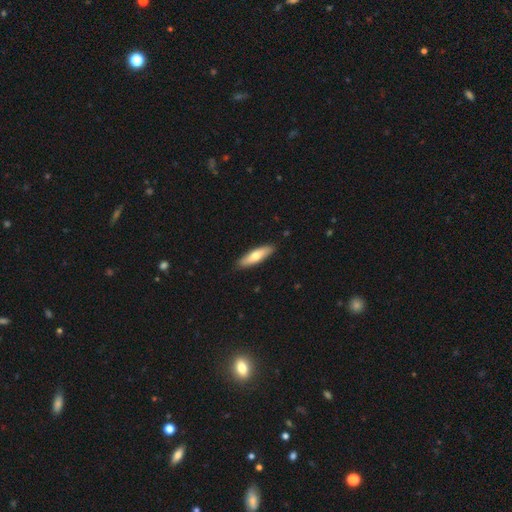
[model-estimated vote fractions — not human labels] Smooth or featured: smooth — 63% (featured or disk — 32%)
How rounded: cigar-shaped — 63% (in between — 35%)
Merging: none — 89% (minor disturbance — 8%)